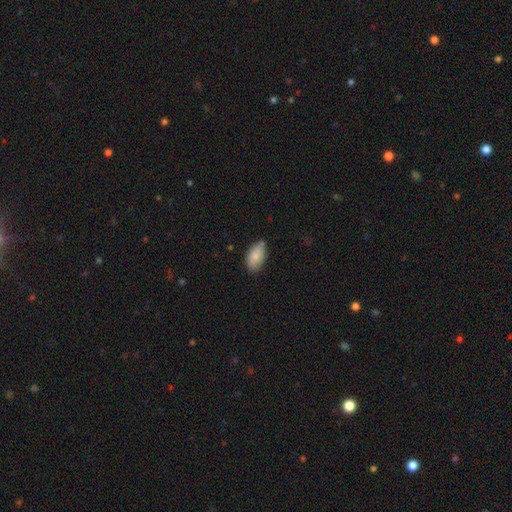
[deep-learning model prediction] Smooth or featured: smooth — 86% (featured or disk — 8%)
How rounded: in between — 94% (cigar-shaped — 3%)
Merging: none — 71% (minor disturbance — 23%)